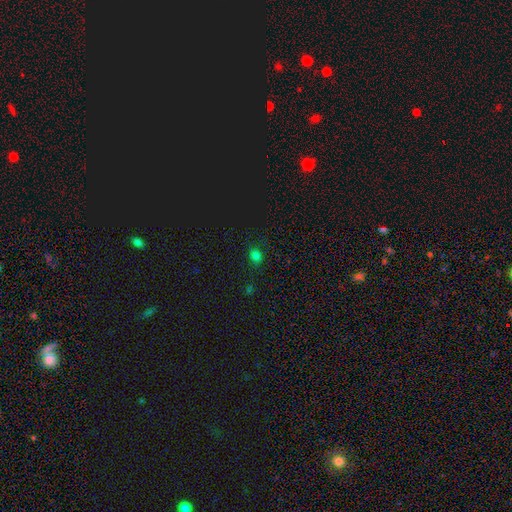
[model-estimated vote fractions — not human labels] This is likely a smooth galaxy (73%). How rounded: possibly round (52%). Merging: clearly none (81%).